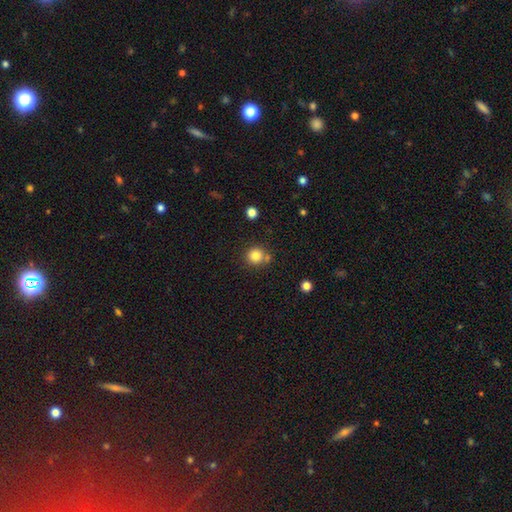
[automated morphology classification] type=smooth (82%); roundness=round (91%); merging=none (72%).